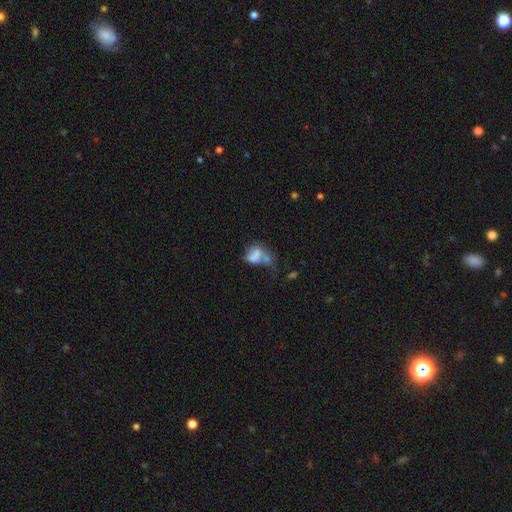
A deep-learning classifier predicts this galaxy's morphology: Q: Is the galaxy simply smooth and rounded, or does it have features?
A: smooth — 53%.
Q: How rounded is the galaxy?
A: in between — 71%.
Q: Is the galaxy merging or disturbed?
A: merger — 49%.